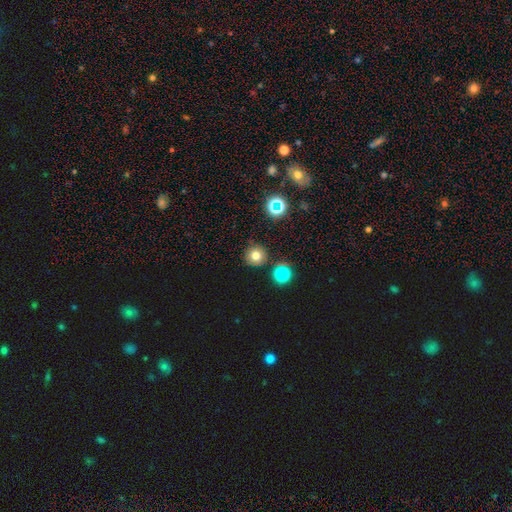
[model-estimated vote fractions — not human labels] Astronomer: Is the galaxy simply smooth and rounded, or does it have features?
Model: smooth — 70%.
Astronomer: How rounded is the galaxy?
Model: round — 93%.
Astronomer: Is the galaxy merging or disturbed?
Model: none — 83%.